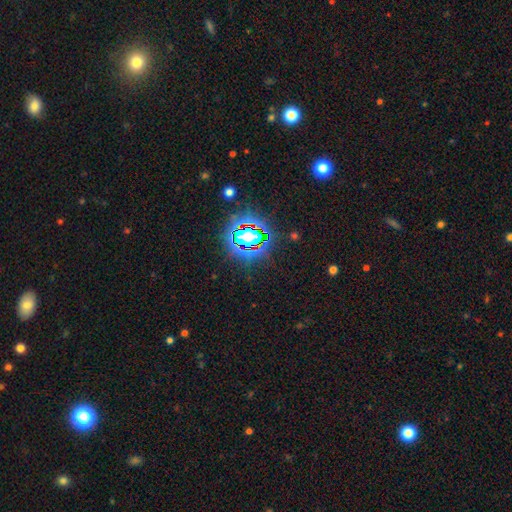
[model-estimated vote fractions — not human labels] A star or artifact, not a galaxy (83%).